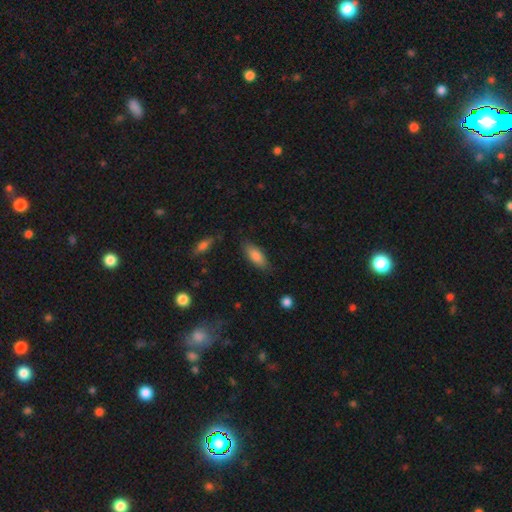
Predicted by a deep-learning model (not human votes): Overall: smooth (84%). How rounded: in between (76%). Merging: none (79%).